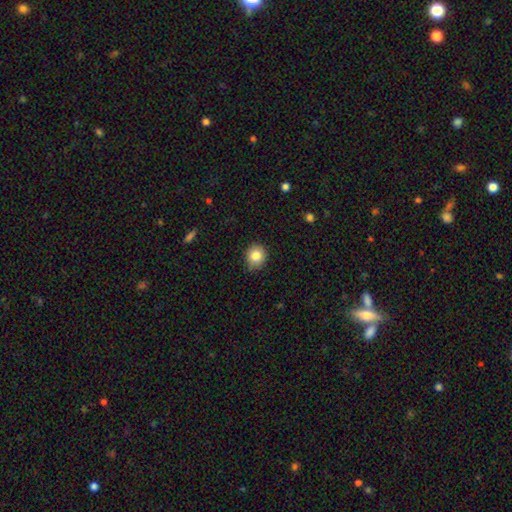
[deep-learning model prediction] The model was most divided on "how rounded": round: 81%, in between: 18%, cigar-shaped: 1%. More confident: smooth or featured — smooth (83%); merging — none (80%).